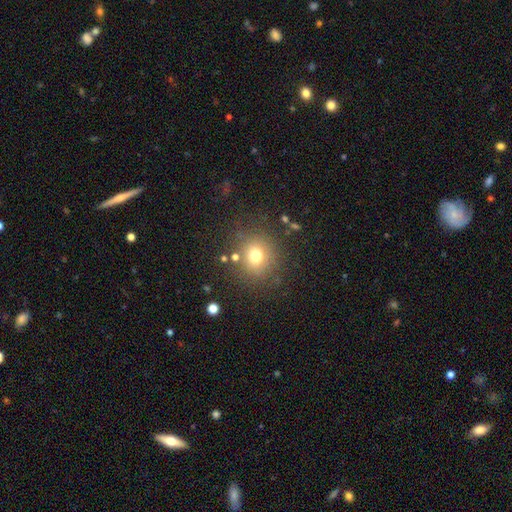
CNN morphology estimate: The model was most divided on "smooth or featured": smooth: 73%, star or artifact: 16%, featured or disk: 11%. More confident: how rounded — round (83%); merging — none (80%).